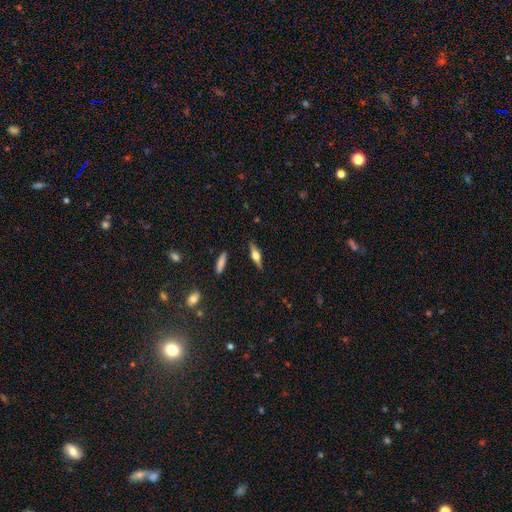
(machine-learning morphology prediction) Smooth or featured? featured or disk (64%)
Edge-on disk? yes (96%)
Edge-on bulge? rounded (91%)
Merging? none (87%)